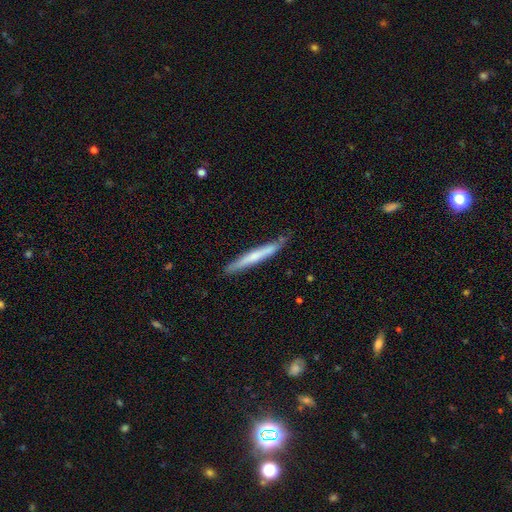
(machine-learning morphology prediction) The model was most divided on "smooth or featured": smooth: 52%, featured or disk: 42%, star or artifact: 5%. More confident: how rounded — cigar-shaped (96%); merging — none (82%).